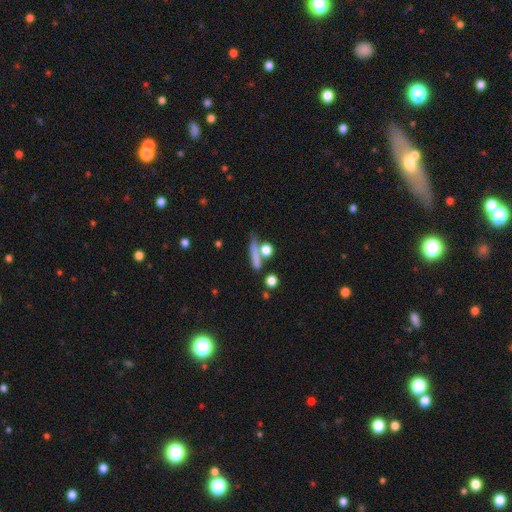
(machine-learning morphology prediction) A smooth galaxy with no disk features (72%) that is cigar-shaped (62%).

Vote fractions:
- Smooth or featured? smooth: 72% / featured or disk: 17% / star or artifact: 11%
- How rounded? cigar-shaped: 62% / in between: 19% / round: 19%
- Merging? none: 62% / merger: 17% / minor disturbance: 14% / major disturbance: 7%